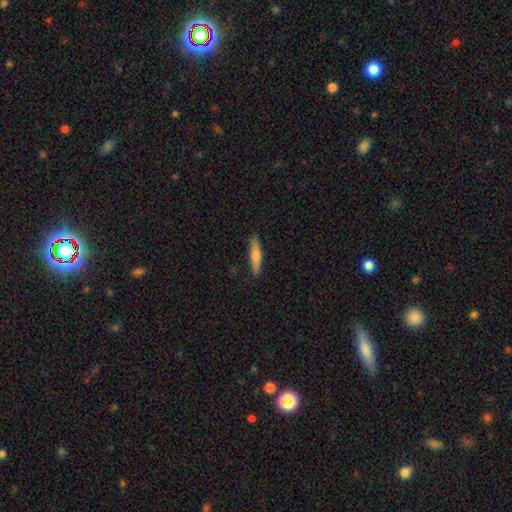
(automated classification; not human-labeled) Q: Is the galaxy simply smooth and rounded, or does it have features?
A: smooth — 61%.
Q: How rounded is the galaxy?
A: cigar-shaped — 83%.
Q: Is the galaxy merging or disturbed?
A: none — 89%.